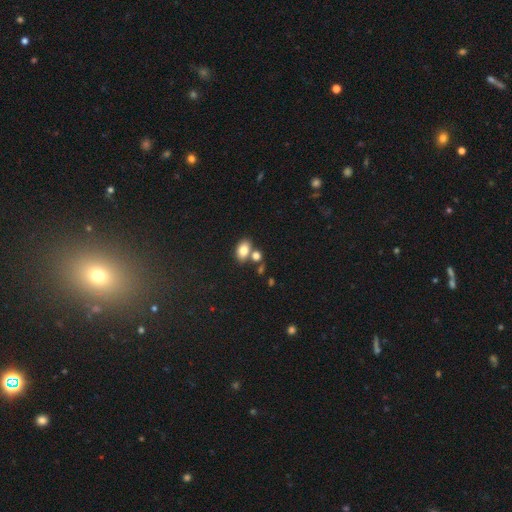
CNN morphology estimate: Q: Smooth or featured?
A: smooth (79%); runner-up: featured or disk (11%)
Q: How rounded?
A: in between (77%); runner-up: round (21%)
Q: Merging?
A: none (53%); runner-up: merger (32%)